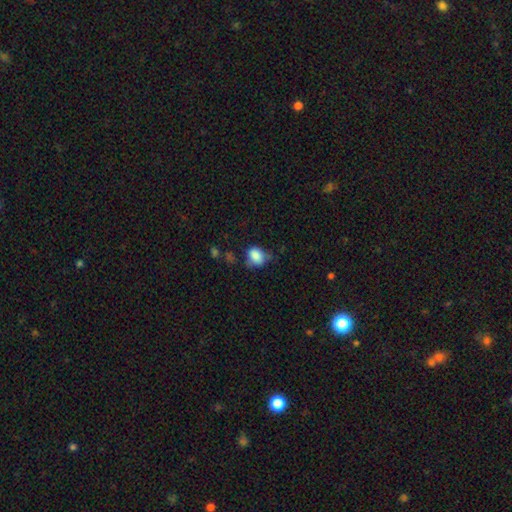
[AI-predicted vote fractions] Smooth or featured?
  - smooth: 82% *
  - featured or disk: 9%
  - star or artifact: 9%
How rounded?
  - in between: 56% *
  - round: 43%
  - cigar-shaped: 1%
Merging?
  - none: 46% *
  - minor disturbance: 35%
  - major disturbance: 14%
  - merger: 5%